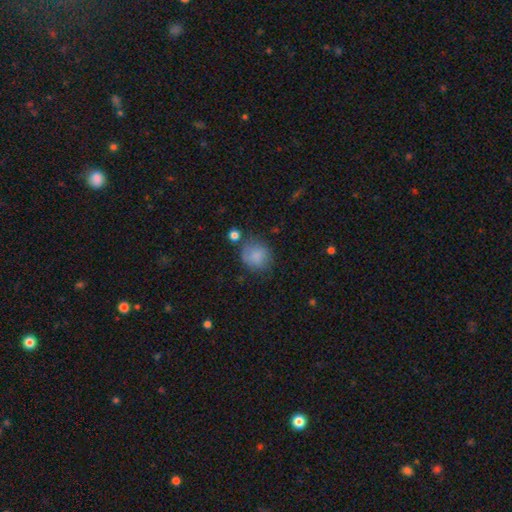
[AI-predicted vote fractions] Overall: smooth (82%). How rounded: round (80%). Merging: none (63%).